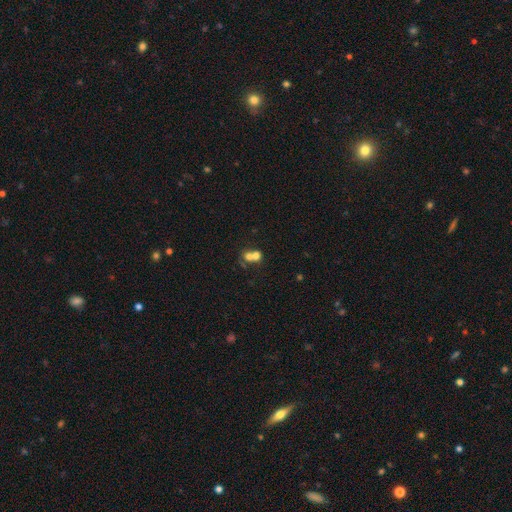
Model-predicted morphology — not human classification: This appears to be a smooth galaxy with no disk features (66%) that is round (68%). Merging: merger (67%).